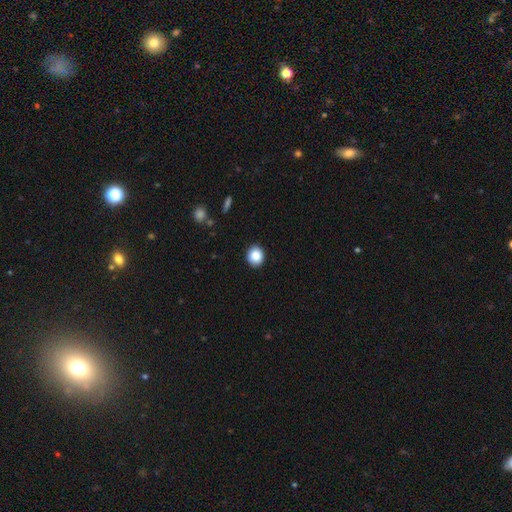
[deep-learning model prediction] Smooth or featured? Predicted: smooth (p=0.86). How rounded? Predicted: round (p=0.72). Merging? Predicted: none (p=0.90).